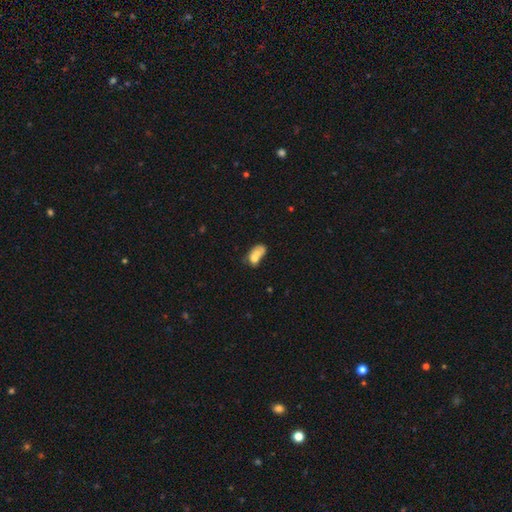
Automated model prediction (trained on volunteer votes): Smooth or featured? Predicted: smooth (p=0.63). How rounded? Predicted: in between (p=0.83). Merging? Predicted: merger (p=0.52).